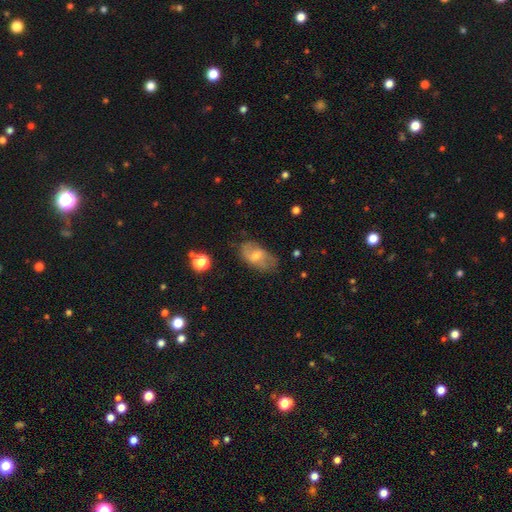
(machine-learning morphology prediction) smooth 46%, featured or disk 45%, star or artifact 9%. Down the decision tree: merging — none (66%).